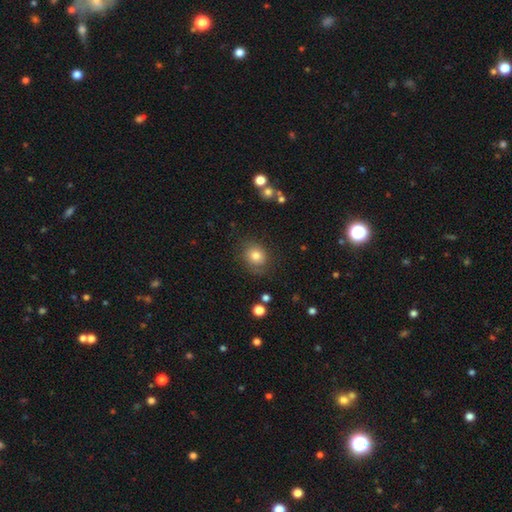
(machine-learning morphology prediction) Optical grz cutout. It shows a smooth galaxy with no disk features (74%) that is round (67%). Merging: none (74%).